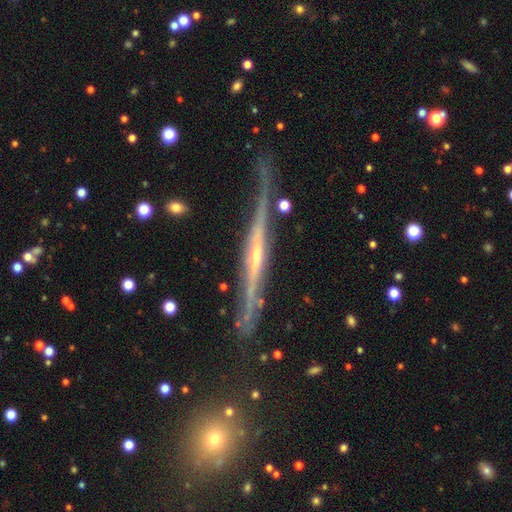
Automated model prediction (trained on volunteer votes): smooth-or-featured: featured or disk: 85% | smooth: 9% | star or artifact: 7%
  disk-edge-on: yes: 96% | no: 4%
    edge-on-bulge: rounded: 61% | none: 30% | boxy: 8%
  merging: none: 77% | minor disturbance: 16% | major disturbance: 4% | merger: 3%